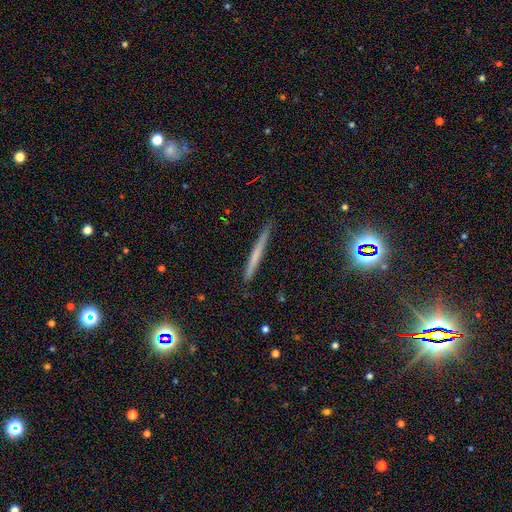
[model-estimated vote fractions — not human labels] Overall: smooth (49%; featured or disk 38%). Merging: none (88%).